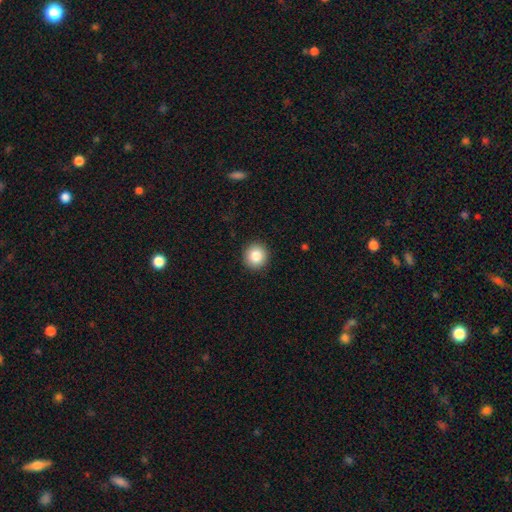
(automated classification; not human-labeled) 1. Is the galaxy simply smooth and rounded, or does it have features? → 84% smooth, 9% star or artifact, 6% featured or disk.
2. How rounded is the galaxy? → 93% round, 6% in between, 1% cigar-shaped.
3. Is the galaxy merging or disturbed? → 93% none, 5% minor disturbance, 2% major disturbance, 1% merger.